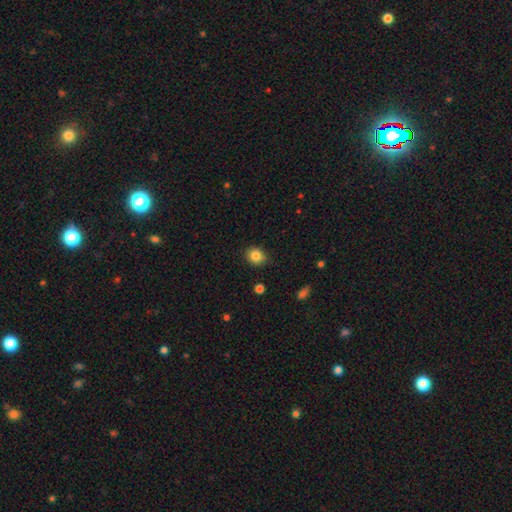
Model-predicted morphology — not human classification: This is clearly a smooth galaxy (84%). How rounded: likely round (66%). Merging: clearly none (85%).